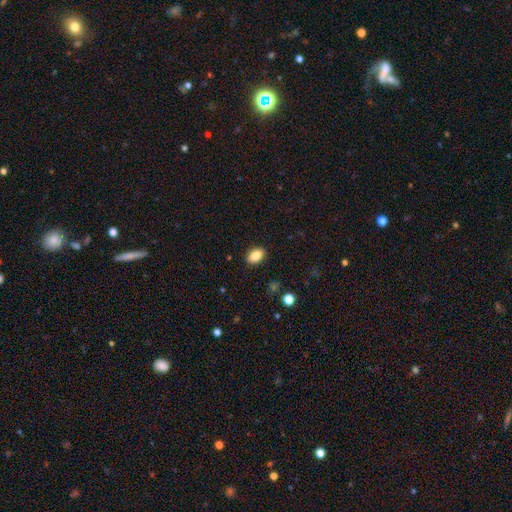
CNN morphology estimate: Q: Smooth or featured?
A: smooth (87%); runner-up: star or artifact (8%)
Q: How rounded?
A: in between (88%); runner-up: round (10%)
Q: Merging?
A: none (89%); runner-up: minor disturbance (8%)